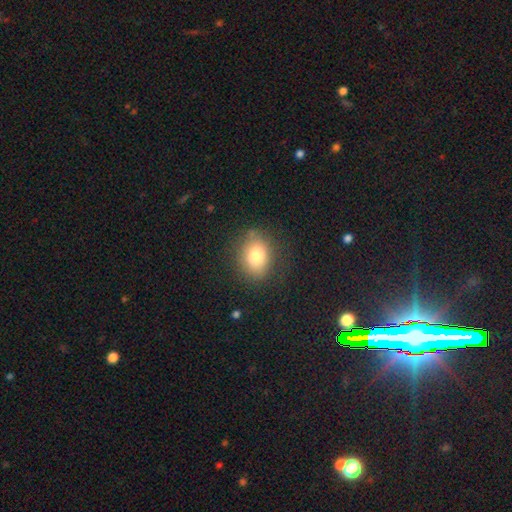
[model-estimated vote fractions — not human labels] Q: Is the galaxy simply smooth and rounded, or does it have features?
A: smooth — 78%.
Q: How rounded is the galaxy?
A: in between — 54%.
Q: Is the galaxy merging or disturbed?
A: none — 79%.